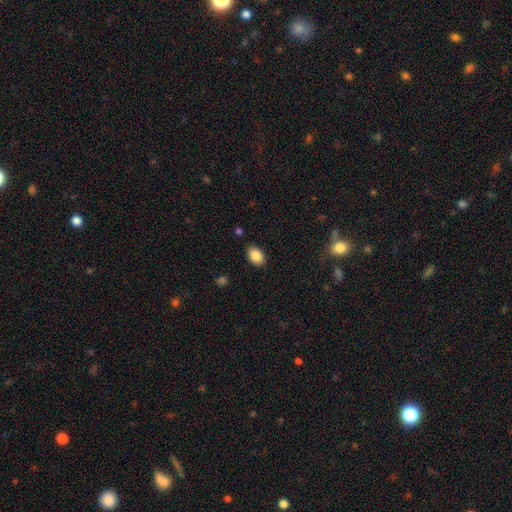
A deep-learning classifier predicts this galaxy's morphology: This is clearly a smooth galaxy (87%). How rounded: clearly in between (84%). Merging: clearly none (87%).